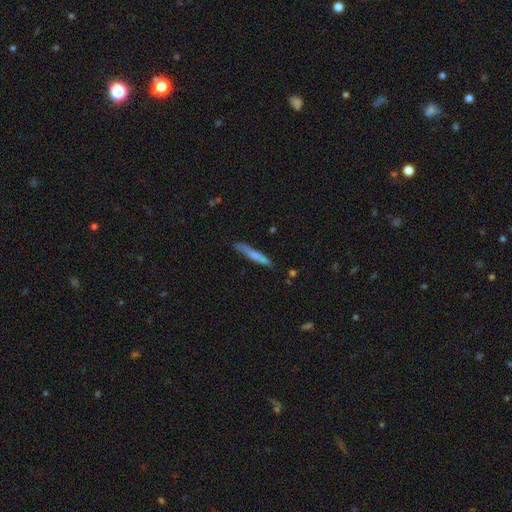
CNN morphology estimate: A smooth galaxy with no disk features (65%) that is cigar-shaped (94%). Merging: none (81%).